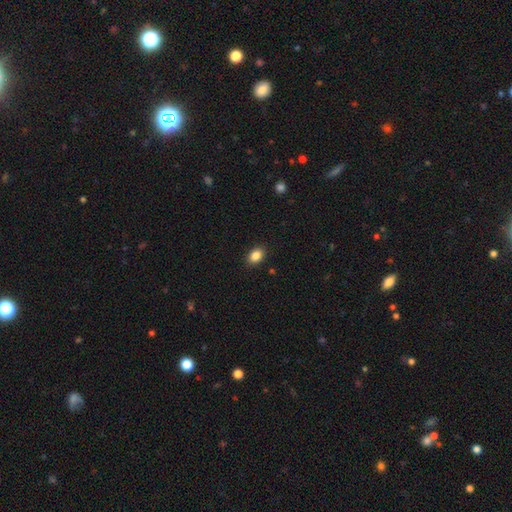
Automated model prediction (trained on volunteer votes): Smooth or featured?
  - smooth: 86% *
  - star or artifact: 9%
  - featured or disk: 5%
How rounded?
  - in between: 78% *
  - round: 21%
  - cigar-shaped: 1%
Merging?
  - none: 89% *
  - minor disturbance: 8%
  - major disturbance: 2%
  - merger: 1%